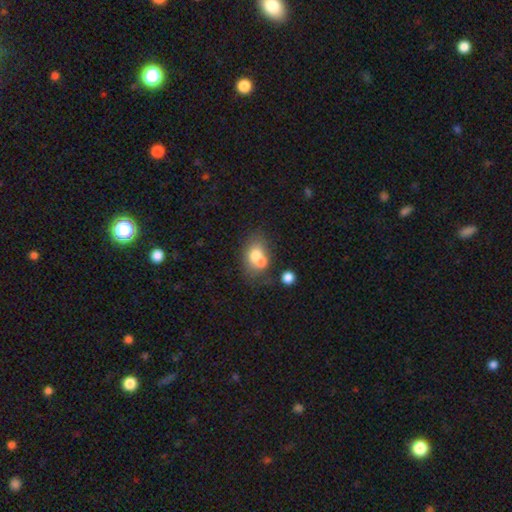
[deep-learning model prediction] The model was most divided on "merging": merger: 49%, none: 35%, minor disturbance: 11%, major disturbance: 5%. More confident: smooth or featured — smooth (67%); how rounded — in between (65%).